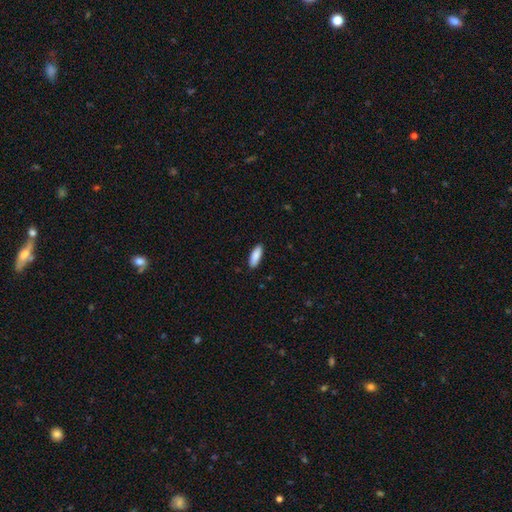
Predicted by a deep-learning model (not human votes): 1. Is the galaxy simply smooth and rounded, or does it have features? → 89% smooth, 6% featured or disk, 6% star or artifact.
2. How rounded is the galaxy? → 59% in between, 40% cigar-shaped, 1% round.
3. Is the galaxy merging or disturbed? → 89% none, 8% minor disturbance, 2% major disturbance, 1% merger.